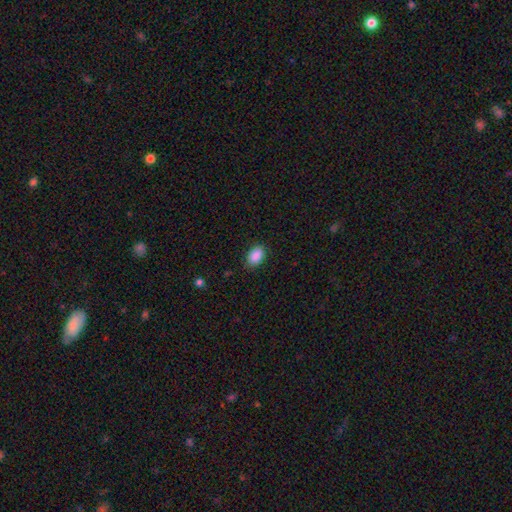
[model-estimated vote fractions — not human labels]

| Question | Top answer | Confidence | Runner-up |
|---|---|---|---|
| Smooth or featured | smooth | 90% | star or artifact (7%) |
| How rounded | in between | 87% | round (12%) |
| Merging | none | 86% | minor disturbance (11%) |